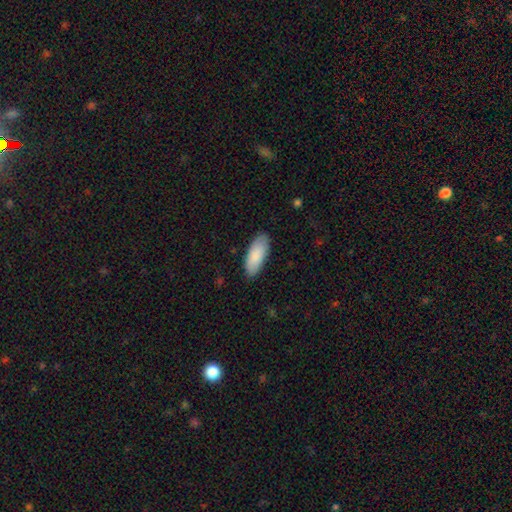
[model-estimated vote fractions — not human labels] This is clearly a smooth galaxy (88%). How rounded: clearly in between (82%). Merging: clearly none (85%).